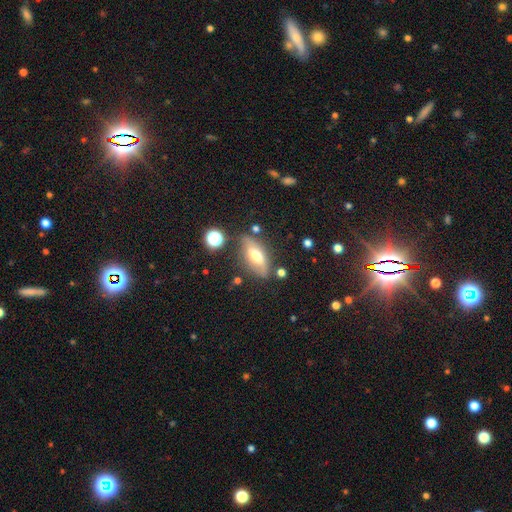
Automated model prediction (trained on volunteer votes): Smooth or featured? Predicted: featured or disk (p=0.45, tied with smooth). Merging? Predicted: none (p=0.69).